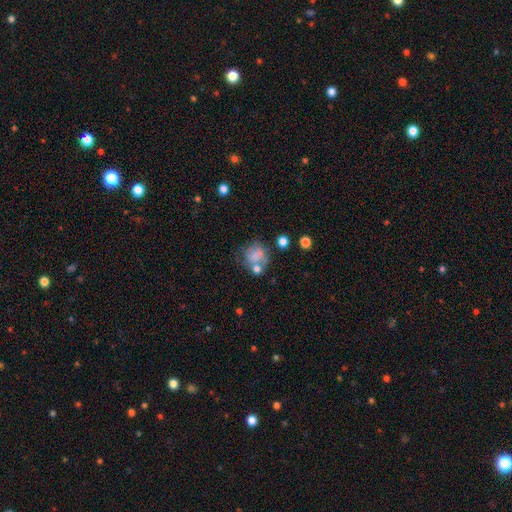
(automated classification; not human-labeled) Overall: smooth (67%). How rounded: round (67%; in between 32%). Merging: none (40%; merger 22%).